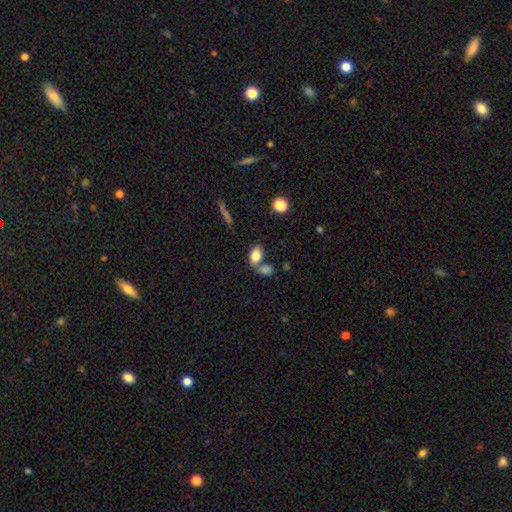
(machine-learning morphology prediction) Q: Smooth or featured?
A: smooth (82%); runner-up: featured or disk (9%)
Q: How rounded?
A: in between (86%); runner-up: round (12%)
Q: Merging?
A: none (51%); runner-up: merger (32%)